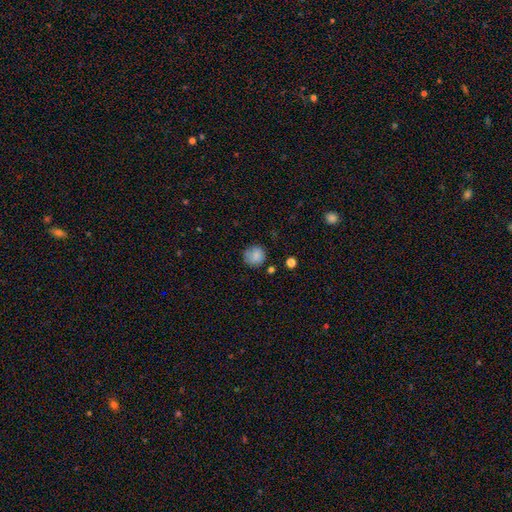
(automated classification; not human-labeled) smooth 82%, star or artifact 9%, featured or disk 9%. Down the decision tree: how rounded — round (90%); merging — none (75%).